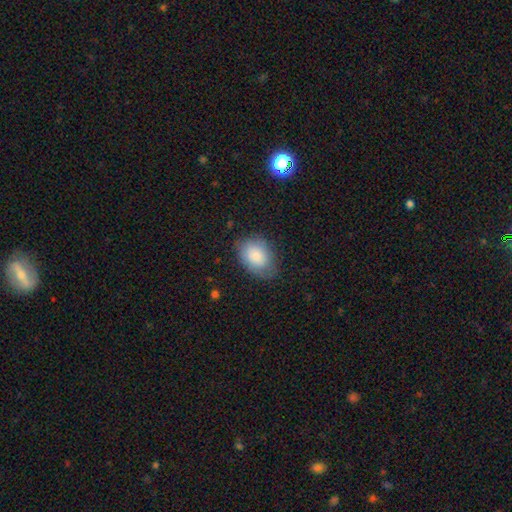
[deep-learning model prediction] Overall: smooth (81%). How rounded: in between (75%). Merging: none (70%).